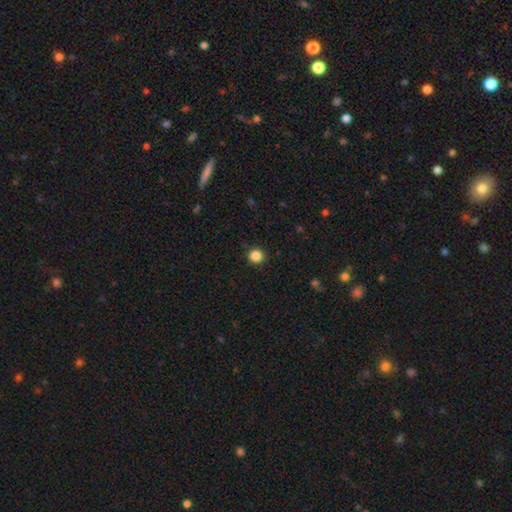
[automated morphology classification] Smooth or featured? smooth (85%)
How rounded? round (95%)
Merging? none (91%)